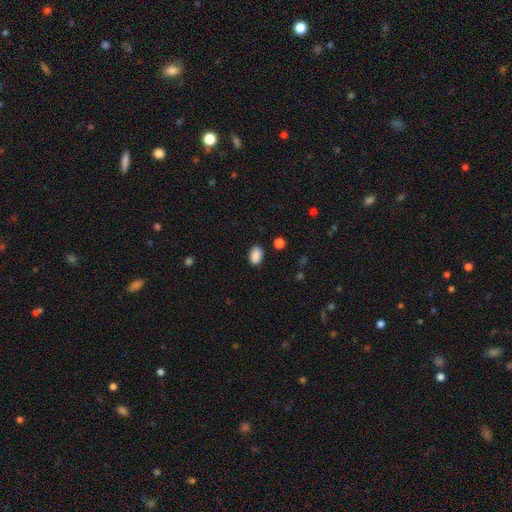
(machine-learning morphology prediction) A smooth galaxy with no disk features (88%) that is in between round and cigar-shaped (83%).

Vote fractions:
- Smooth or featured? smooth: 88% / star or artifact: 8% / featured or disk: 3%
- How rounded? in between: 83% / round: 16% / cigar-shaped: 1%
- Merging? none: 86% / minor disturbance: 10% / major disturbance: 2% / merger: 2%